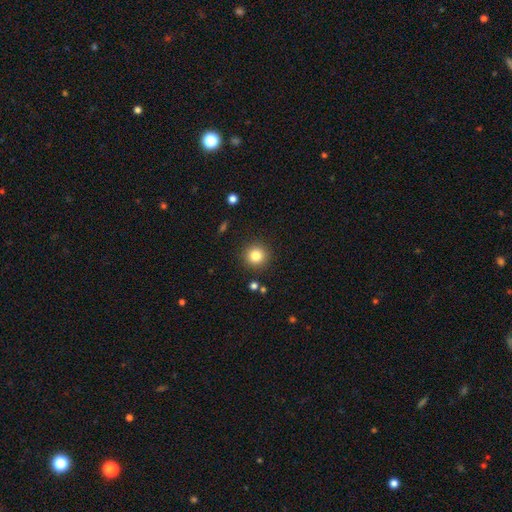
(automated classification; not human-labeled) Overall: smooth (82%). How rounded: round (94%). Merging: none (90%).